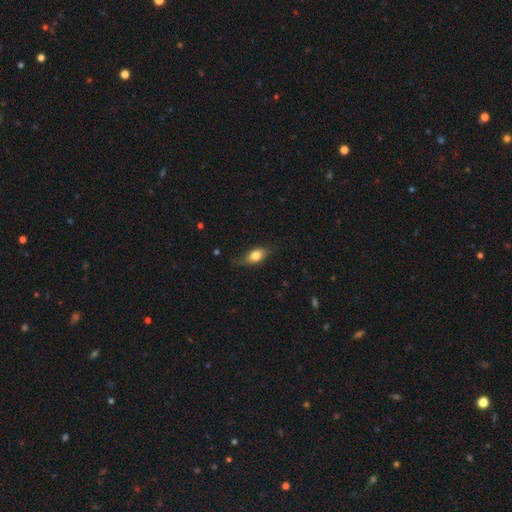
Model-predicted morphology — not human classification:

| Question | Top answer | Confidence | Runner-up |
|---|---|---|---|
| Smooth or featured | smooth | 73% | featured or disk (20%) |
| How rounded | in between | 81% | cigar-shaped (11%) |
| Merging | none | 63% | minor disturbance (28%) |